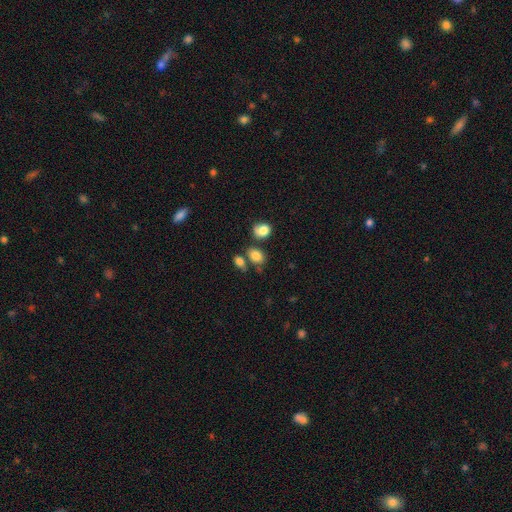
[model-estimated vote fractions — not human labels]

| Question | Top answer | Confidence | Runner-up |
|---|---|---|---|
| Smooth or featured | smooth | 82% | star or artifact (11%) |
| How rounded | in between | 66% | round (32%) |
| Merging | none | 58% | merger (20%) |